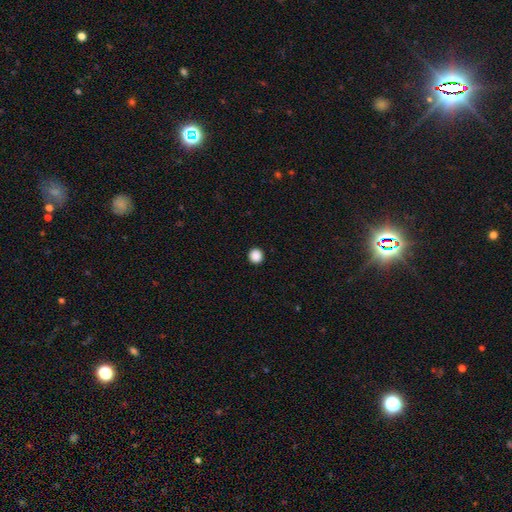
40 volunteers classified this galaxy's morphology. A smooth galaxy with no disk features (88%) that is round (97%). Merging: none (94%).